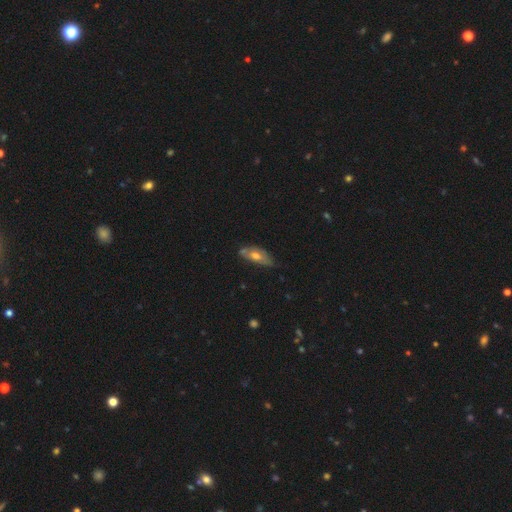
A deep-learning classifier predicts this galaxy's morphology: A smooth galaxy with no disk features (50%).

Vote fractions:
- Smooth or featured? smooth: 50% / featured or disk: 43% / star or artifact: 7%
- Merging? none: 47% / minor disturbance: 35% / major disturbance: 10% / merger: 8%